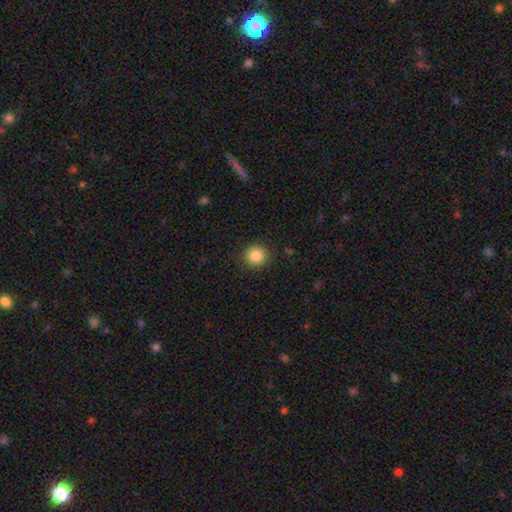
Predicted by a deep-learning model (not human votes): Overall: smooth (85%). How rounded: round (94%). Merging: none (90%).